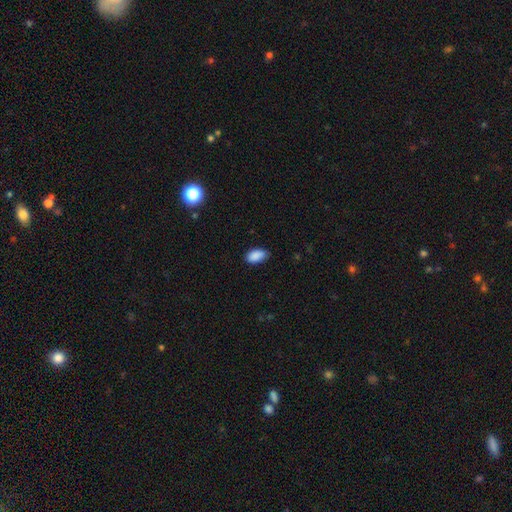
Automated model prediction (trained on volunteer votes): smooth 89%, star or artifact 8%, featured or disk 3%. Down the decision tree: how rounded — in between (93%); merging — none (76%).